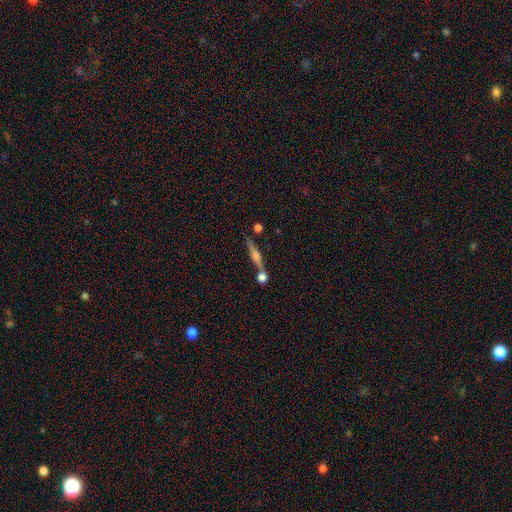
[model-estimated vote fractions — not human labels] Smooth or featured?
  - featured or disk: 68% *
  - smooth: 23%
  - star or artifact: 9%
Edge-on disk?
  - yes: 97% *
  - no: 3%
Edge-on bulge?
  - rounded: 82% *
  - boxy: 11%
  - none: 7%
Merging?
  - none: 73% *
  - merger: 15%
  - minor disturbance: 9%
  - major disturbance: 3%